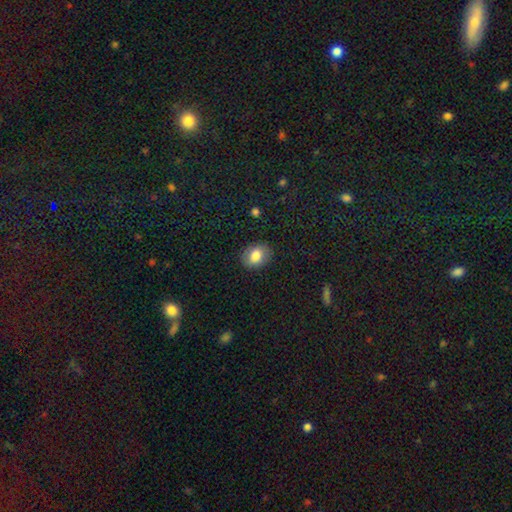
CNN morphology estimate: smooth_or_featured: smooth (p=0.80) [alt: featured or disk p=0.11]
how_rounded: in between (p=0.62) [alt: round p=0.37]
merging: none (p=0.86) [alt: minor disturbance p=0.10]